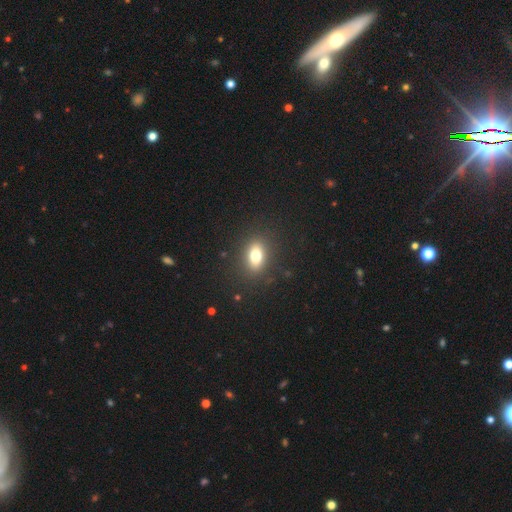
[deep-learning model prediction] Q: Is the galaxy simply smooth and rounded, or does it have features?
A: smooth — 75%.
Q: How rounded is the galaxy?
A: in between — 78%.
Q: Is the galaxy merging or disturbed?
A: none — 87%.